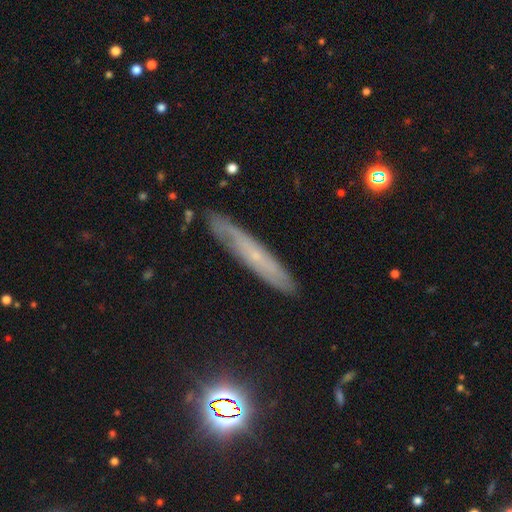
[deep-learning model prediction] A featured or disk galaxy (58%) viewed edge-on (68%).

Vote fractions:
- Smooth or featured? featured or disk: 58% / smooth: 31% / star or artifact: 11%
- Edge-on disk? yes: 68% / no: 32%
- Merging? none: 81% / minor disturbance: 14% / major disturbance: 3% / merger: 2%